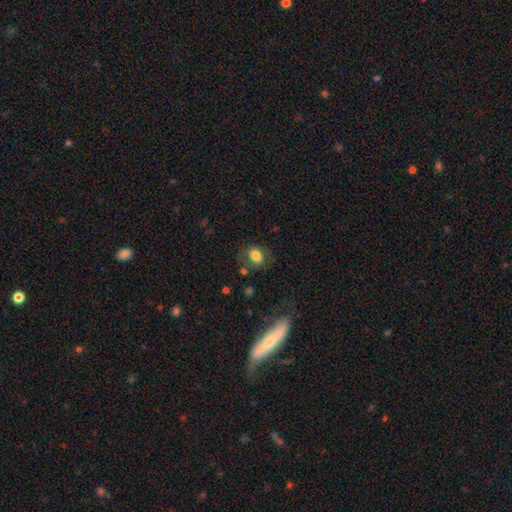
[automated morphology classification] A smooth galaxy with no disk features (74%) that is in between round and cigar-shaped (67%).

Vote fractions:
- Smooth or featured? smooth: 74% / featured or disk: 17% / star or artifact: 9%
- How rounded? in between: 67% / round: 31% / cigar-shaped: 1%
- Merging? none: 68% / minor disturbance: 18% / major disturbance: 10% / merger: 4%